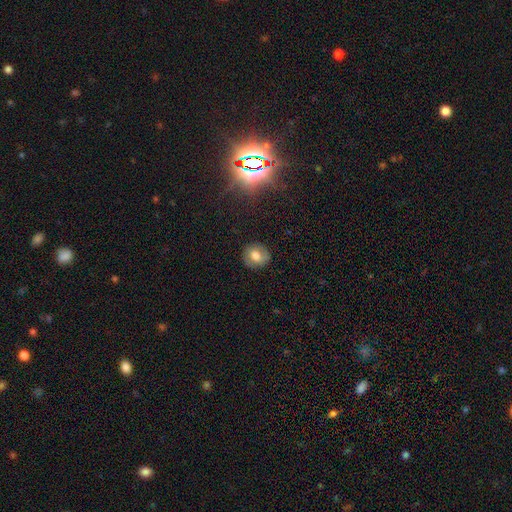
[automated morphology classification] Smooth or featured: smooth — 67% (featured or disk — 24%)
How rounded: round — 76% (in between — 23%)
Merging: none — 85% (minor disturbance — 11%)